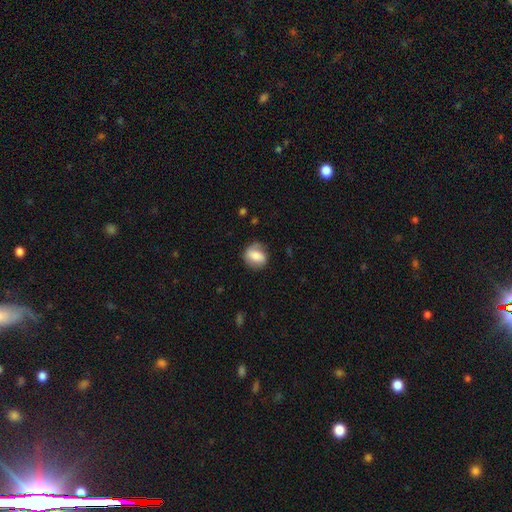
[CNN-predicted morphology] Smooth or featured? Predicted: smooth (p=0.71). How rounded? Predicted: round (p=0.63). Merging? Predicted: none (p=0.67).